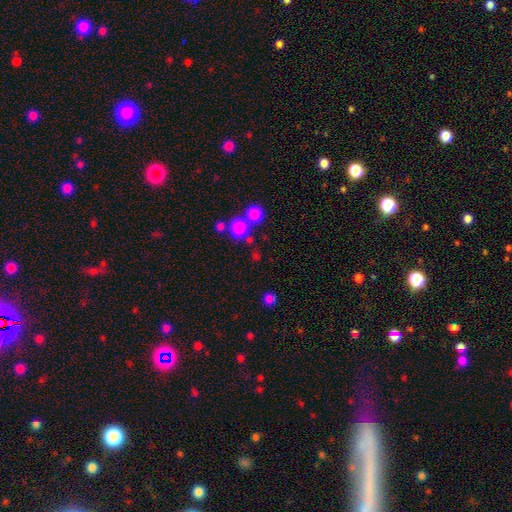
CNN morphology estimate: Q: Smooth or featured?
A: smooth (76%); runner-up: star or artifact (17%)
Q: How rounded?
A: round (85%); runner-up: in between (14%)
Q: Merging?
A: none (64%); runner-up: merger (23%)